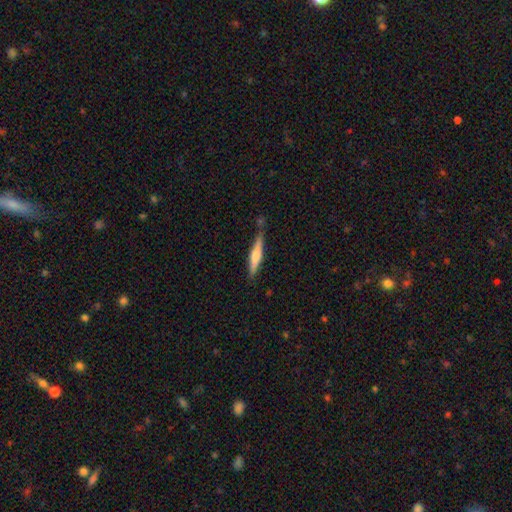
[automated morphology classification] featured or disk 49%, smooth 45%, star or artifact 6%. Down the decision tree: merging — none (77%).